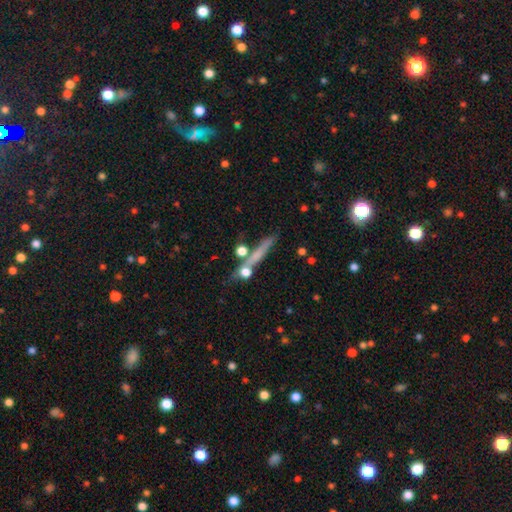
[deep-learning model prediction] A smooth galaxy with no disk features (46%).

Vote fractions:
- Smooth or featured? smooth: 46% / featured or disk: 42% / star or artifact: 12%
- Merging? none: 70% / merger: 13% / minor disturbance: 12% / major disturbance: 5%